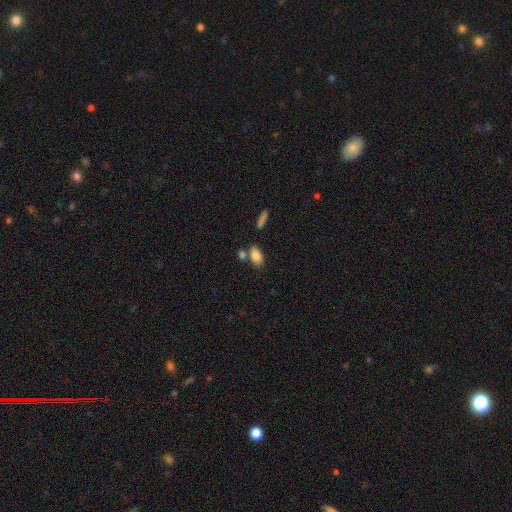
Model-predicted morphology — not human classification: A smooth galaxy with no disk features (84%) that is in between round and cigar-shaped (90%). Merging: none (62%).